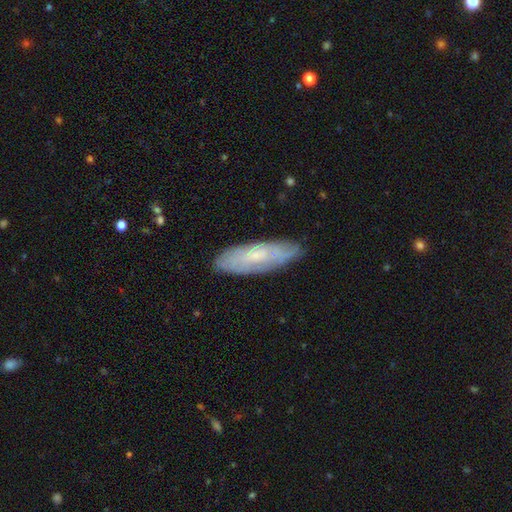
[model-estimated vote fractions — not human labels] A featured or disk galaxy (52%). Merging: none (81%).